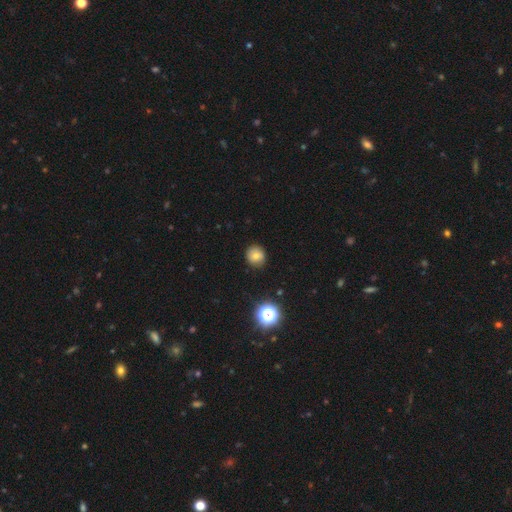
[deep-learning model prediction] Smooth or featured? Predicted: smooth (p=0.75). How rounded? Predicted: round (p=0.90). Merging? Predicted: none (p=0.88).